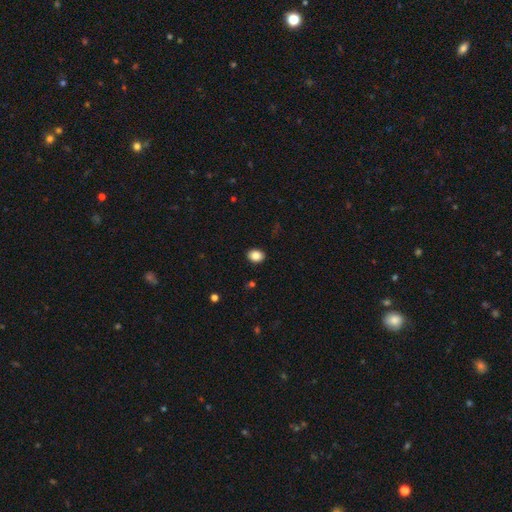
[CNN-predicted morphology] This is clearly a smooth galaxy (87%). How rounded: likely in between (61%). Merging: clearly none (91%).